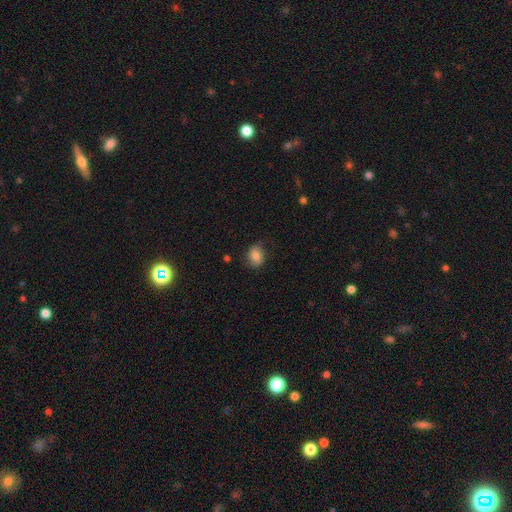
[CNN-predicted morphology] Smooth or featured?
  - smooth: 80% *
  - featured or disk: 11%
  - star or artifact: 9%
How rounded?
  - round: 51% *
  - in between: 48%
  - cigar-shaped: 1%
Merging?
  - none: 74% *
  - minor disturbance: 20%
  - major disturbance: 4%
  - merger: 1%